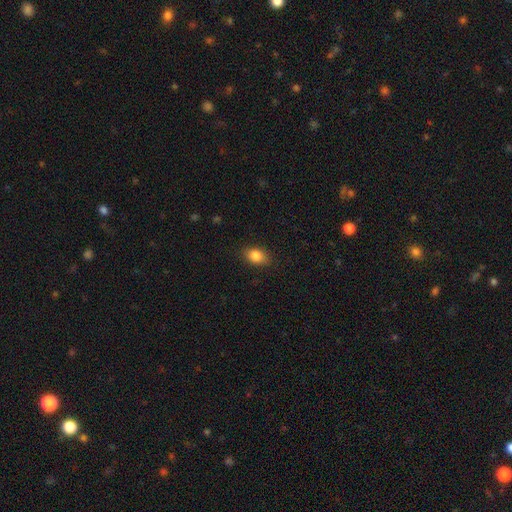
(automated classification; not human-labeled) Smooth or featured: smooth — 84% (star or artifact — 9%)
How rounded: in between — 78% (round — 20%)
Merging: none — 86% (minor disturbance — 10%)